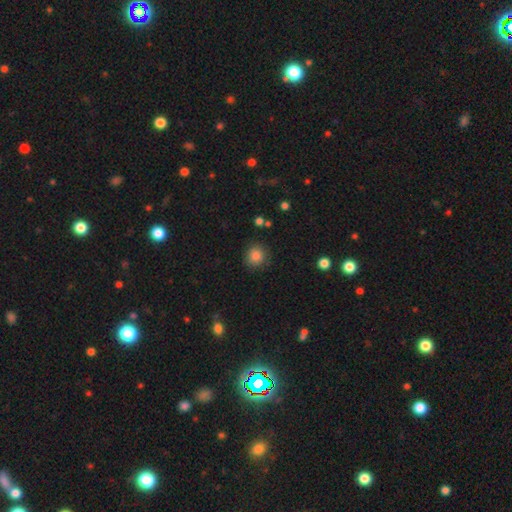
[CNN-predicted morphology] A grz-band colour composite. It shows a smooth galaxy with no disk features (85%) that is round (89%). Merging: none (85%).